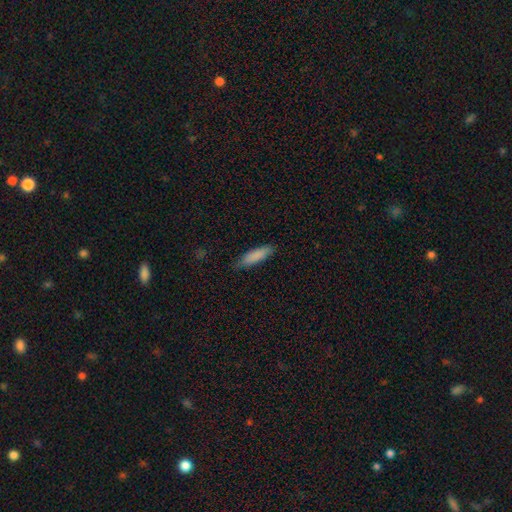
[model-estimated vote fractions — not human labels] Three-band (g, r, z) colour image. It shows a smooth galaxy with no disk features (86%) that is cigar-shaped (64%). Merging: none (81%).